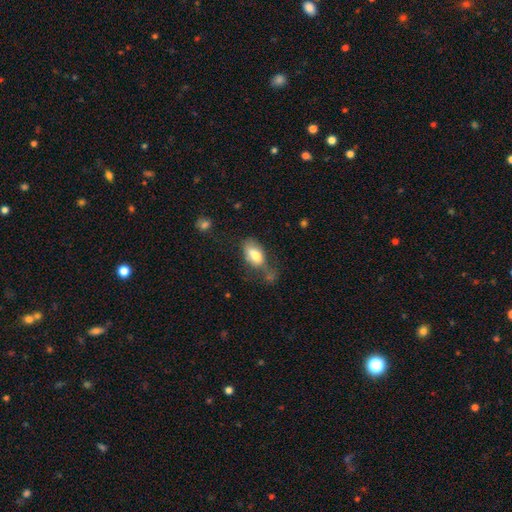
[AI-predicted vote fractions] A smooth galaxy with no disk features (74%) that is in between round and cigar-shaped (90%). Merging: none (36%).